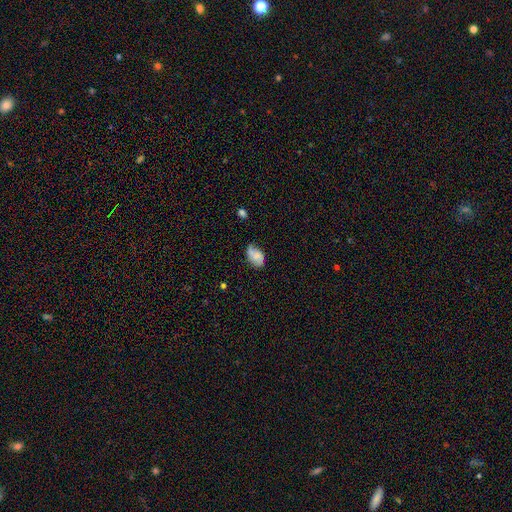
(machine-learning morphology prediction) Smooth or featured: smooth — 63% (featured or disk — 28%)
How rounded: in between — 89% (round — 9%)
Merging: none — 50% (minor disturbance — 36%)